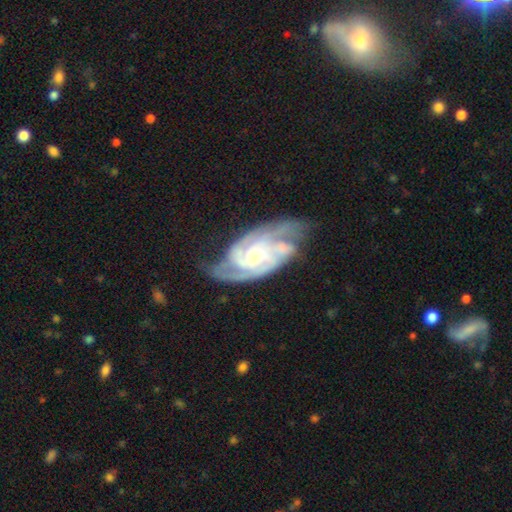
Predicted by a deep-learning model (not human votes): Smooth or featured?
  - featured or disk: 89% *
  - smooth: 7%
  - star or artifact: 5%
Edge-on disk?
  - no: 96% *
  - yes: 4%
Bar?
  - no: 55% *
  - weak: 35%
  - strong: 10%
Spiral arms?
  - yes: 97% *
  - no: 3%
Spiral winding?
  - tight: 53% *
  - medium: 40%
  - loose: 7%
Spiral arm count?
  - 3: 38% *
  - 2: 24%
  - can't tell: 15%
  - 4: 14%
  - more than 4: 4%
  - 1: 4%
Bulge size?
  - moderate: 50% *
  - small: 37%
  - large: 6%
  - none: 5%
  - dominant: 1%
Merging?
  - none: 60% *
  - minor disturbance: 25%
  - major disturbance: 12%
  - merger: 3%